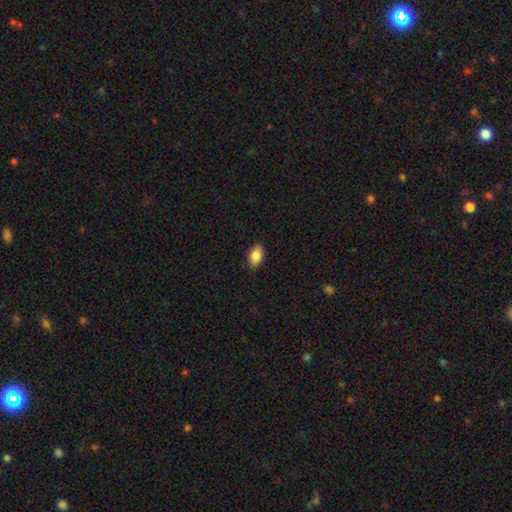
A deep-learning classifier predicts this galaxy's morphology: Smooth or featured? Predicted: smooth (p=0.87). How rounded? Predicted: in between (p=0.91). Merging? Predicted: none (p=0.88).